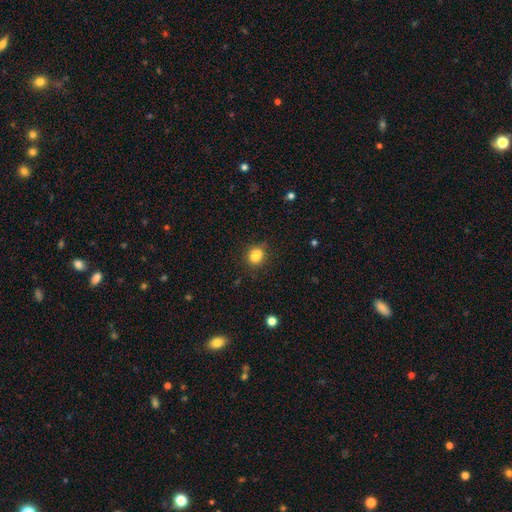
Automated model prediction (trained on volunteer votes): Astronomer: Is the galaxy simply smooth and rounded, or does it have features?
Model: smooth — 82%.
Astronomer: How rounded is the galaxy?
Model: round — 67%.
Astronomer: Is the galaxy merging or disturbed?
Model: none — 70%.